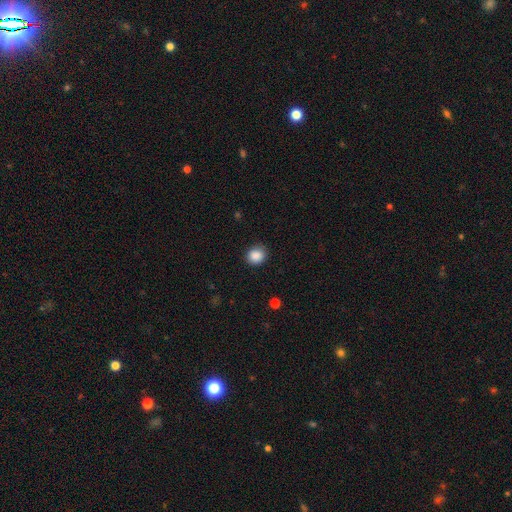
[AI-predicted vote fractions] Q: Smooth or featured?
A: smooth (88%); runner-up: star or artifact (9%)
Q: How rounded?
A: round (79%); runner-up: in between (20%)
Q: Merging?
A: none (84%); runner-up: minor disturbance (12%)